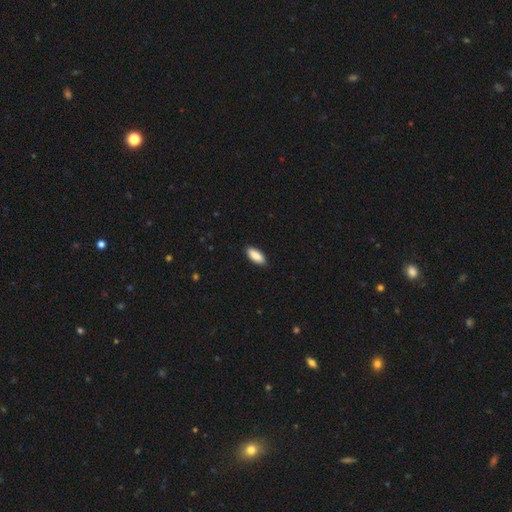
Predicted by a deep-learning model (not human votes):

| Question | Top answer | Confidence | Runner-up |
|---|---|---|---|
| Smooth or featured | smooth | 88% | featured or disk (7%) |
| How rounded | in between | 83% | cigar-shaped (15%) |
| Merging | none | 87% | minor disturbance (10%) |